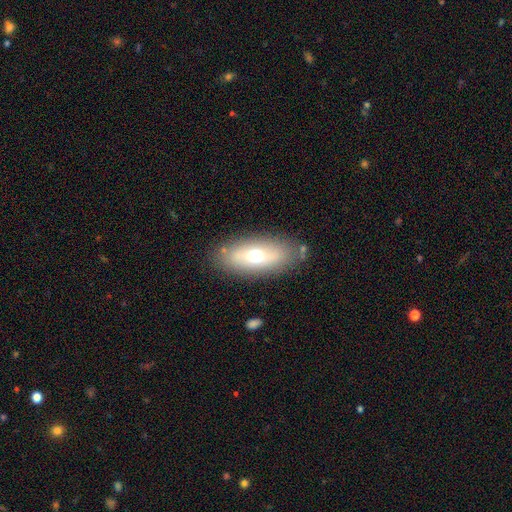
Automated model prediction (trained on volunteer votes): This is likely a smooth galaxy (60%). How rounded: clearly in between (84%). Merging: clearly none (80%).